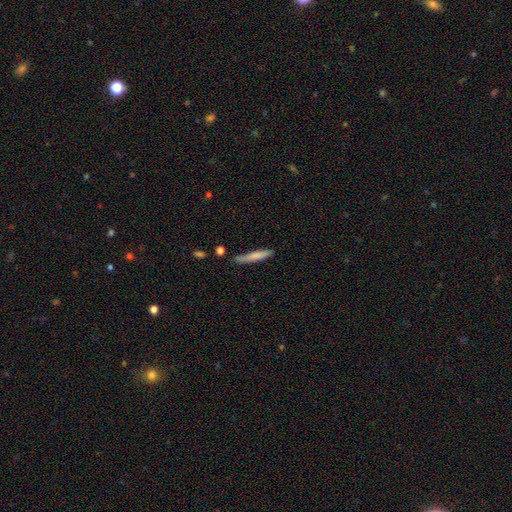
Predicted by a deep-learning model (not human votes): Overall: smooth (76%). How rounded: cigar-shaped (93%). Merging: none (74%).